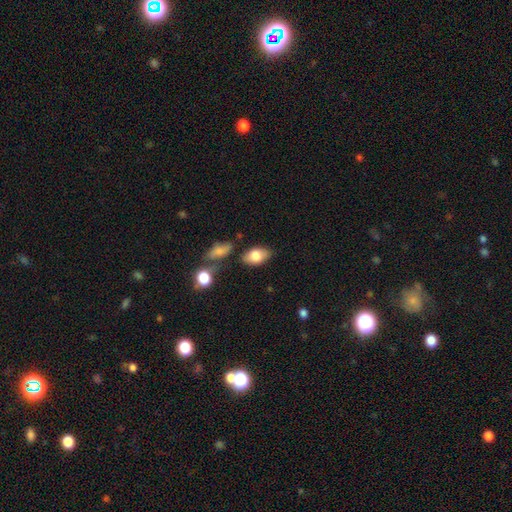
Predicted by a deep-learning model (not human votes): This is likely a smooth galaxy (78%). How rounded: clearly in between (90%). Merging: likely none (77%).